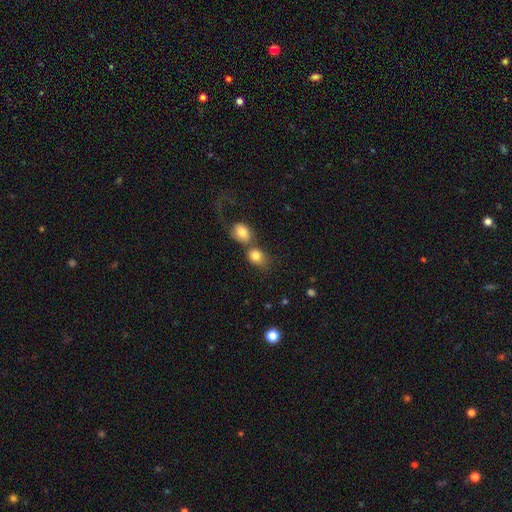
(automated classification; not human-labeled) Smooth or featured? Predicted: smooth (p=0.81). How rounded? Predicted: in between (p=0.51). Merging? Predicted: merger (p=0.51).